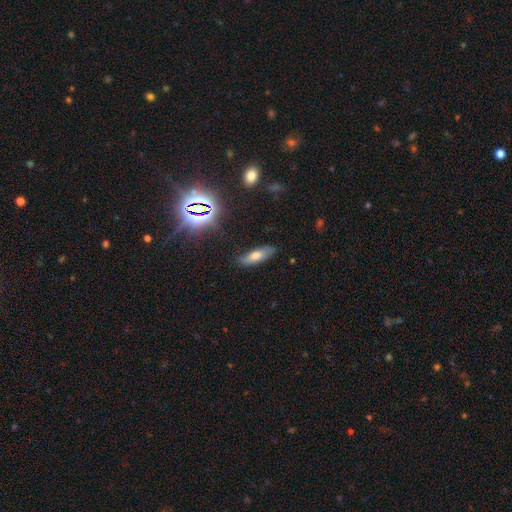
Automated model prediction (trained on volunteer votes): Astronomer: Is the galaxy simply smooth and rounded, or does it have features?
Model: smooth — 59%.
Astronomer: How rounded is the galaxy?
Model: in between — 51% (runner-up: cigar-shaped, 45%).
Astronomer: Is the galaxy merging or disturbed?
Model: none — 81%.